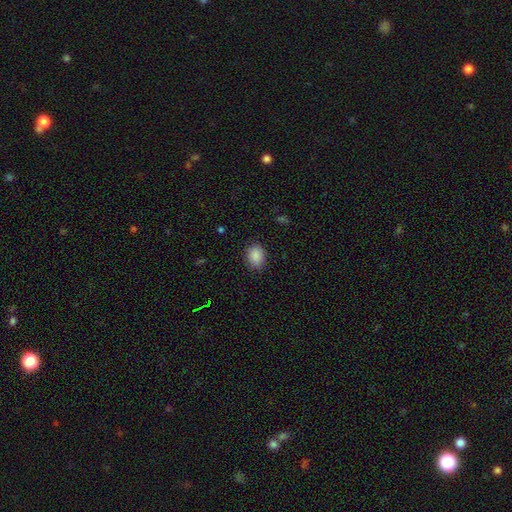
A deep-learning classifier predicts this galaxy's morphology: smooth 88%, star or artifact 9%, featured or disk 3%. Down the decision tree: how rounded — in between (58%); merging — none (86%).